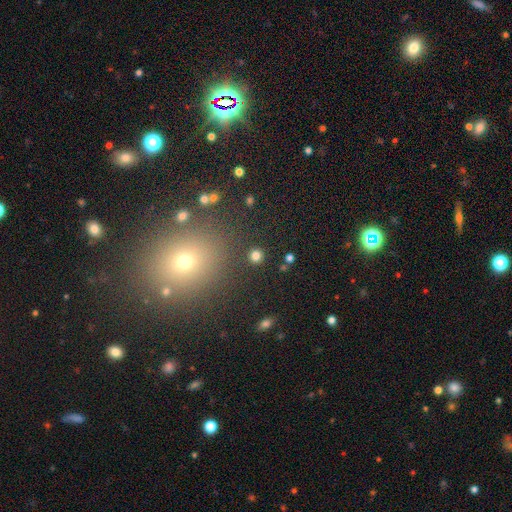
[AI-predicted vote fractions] smooth-or-featured: smooth: 80% | star or artifact: 15% | featured or disk: 5%
  how-rounded: round: 93% | in between: 6% | cigar-shaped: 1%
  merging: none: 90% | minor disturbance: 5% | major disturbance: 2% | merger: 2%